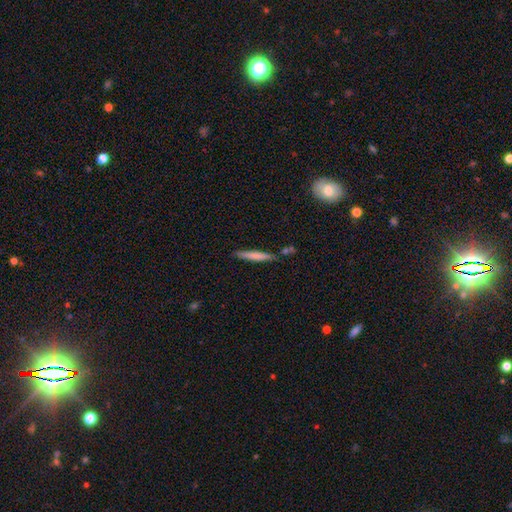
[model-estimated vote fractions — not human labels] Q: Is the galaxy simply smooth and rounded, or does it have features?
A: smooth — 70%.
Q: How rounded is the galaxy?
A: cigar-shaped — 94%.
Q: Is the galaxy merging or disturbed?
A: none — 80%.